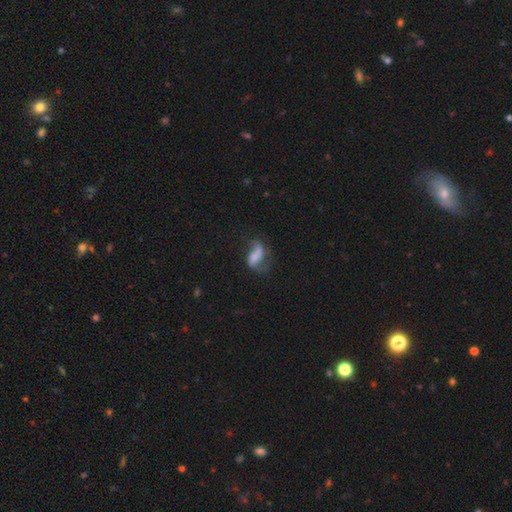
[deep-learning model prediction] This is possibly a featured or disk galaxy (59%). It is clearly not viewed edge-on (96%). Bar: marginally no (36%). Spiral arm pattern: clearly yes (84%). Central bulge: marginally none (38%). Merging: marginally none (42%).